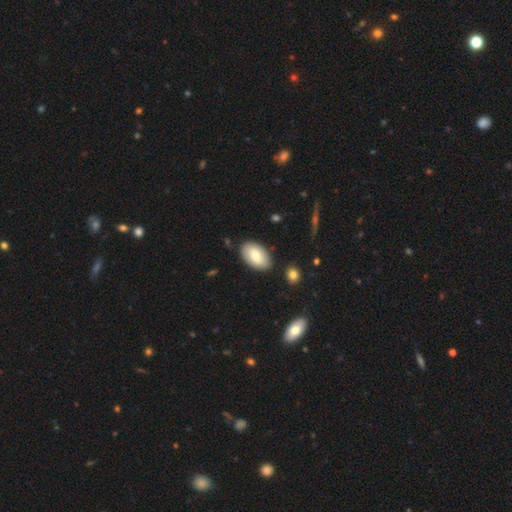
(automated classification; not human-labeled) A smooth galaxy with no disk features (73%) that is in between round and cigar-shaped (94%).

Vote fractions:
- Smooth or featured? smooth: 73% / featured or disk: 20% / star or artifact: 7%
- How rounded? in between: 94% / round: 5% / cigar-shaped: 1%
- Merging? none: 84% / minor disturbance: 11% / merger: 3% / major disturbance: 2%